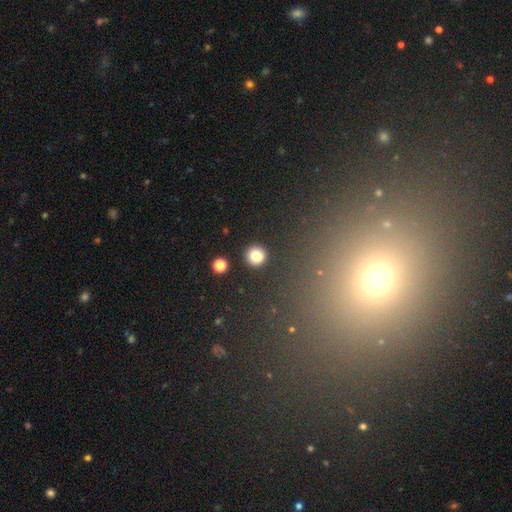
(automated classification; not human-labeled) Smooth or featured? smooth (82%)
How rounded? round (93%)
Merging? none (91%)